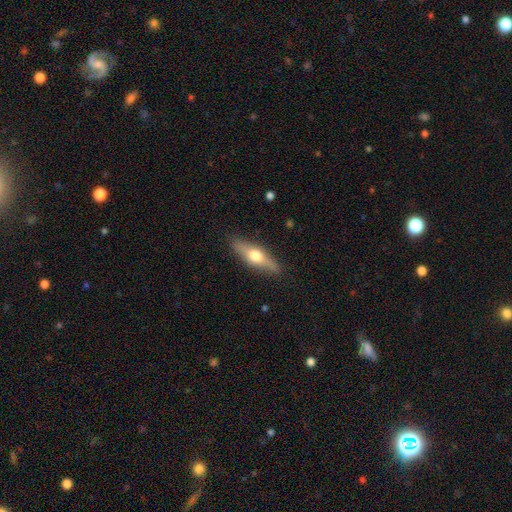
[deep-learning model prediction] smooth_or_featured: featured or disk (p=0.50) [alt: smooth p=0.44]
merging: none (p=0.86) [alt: minor disturbance p=0.10]